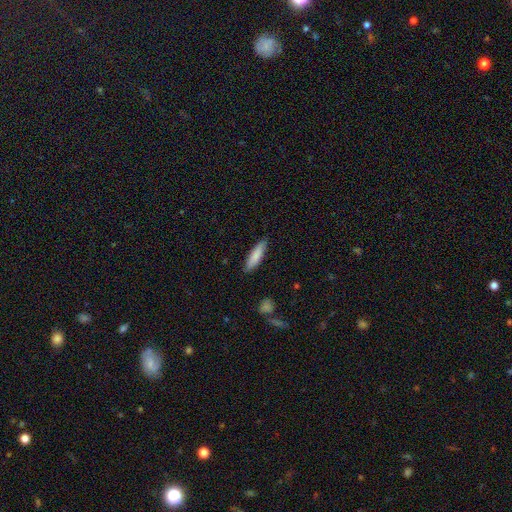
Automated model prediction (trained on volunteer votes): The model was most divided on "how rounded": cigar-shaped: 70%, in between: 28%, round: 1%. More confident: merging — none (85%); smooth or featured — smooth (83%).